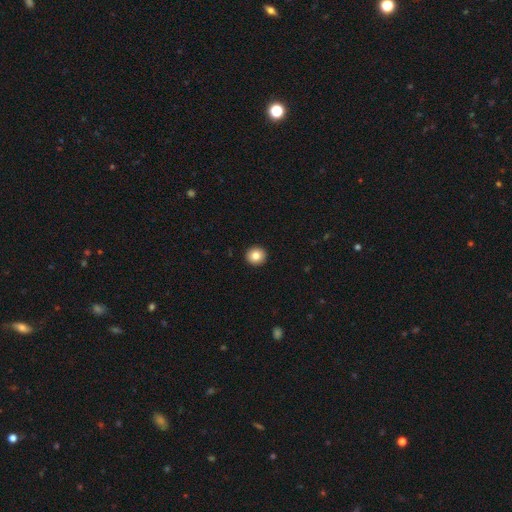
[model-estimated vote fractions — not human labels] This is clearly a smooth galaxy (83%). How rounded: clearly round (93%). Merging: clearly none (94%).